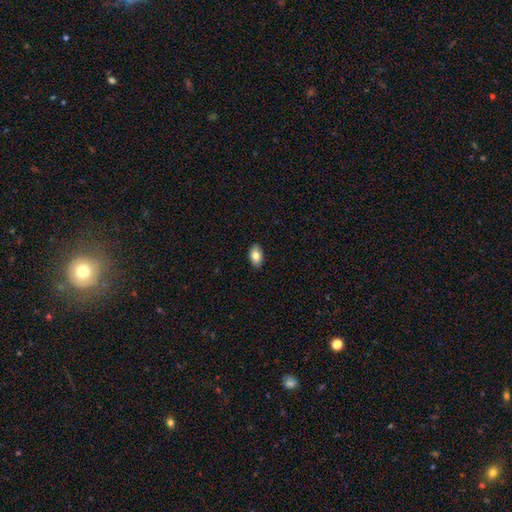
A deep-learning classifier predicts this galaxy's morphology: Smooth or featured? Predicted: smooth (p=0.80). How rounded? Predicted: in between (p=0.93). Merging? Predicted: none (p=0.90).